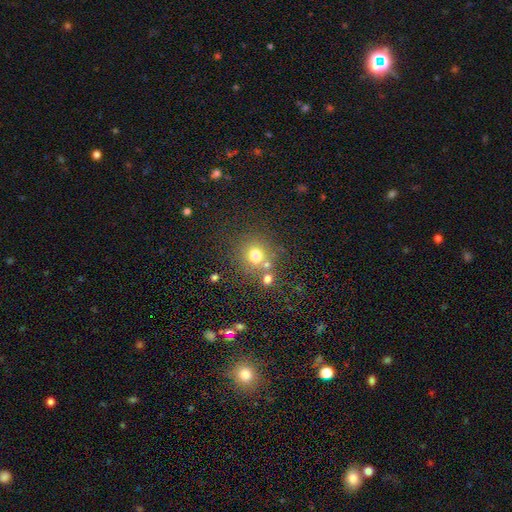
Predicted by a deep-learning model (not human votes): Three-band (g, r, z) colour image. It shows a smooth galaxy with no disk features (71%) that is round (85%). Merging: none (66%).